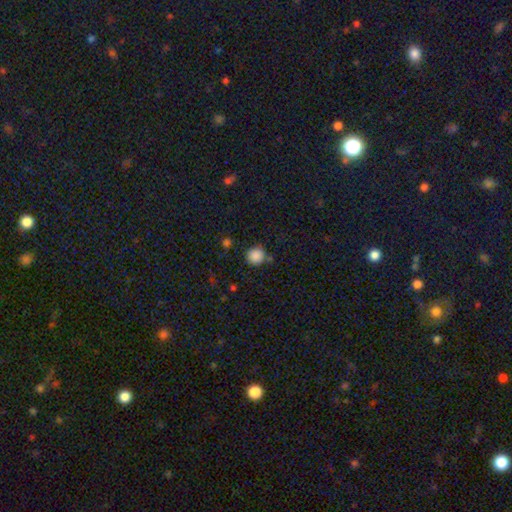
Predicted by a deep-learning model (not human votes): Smooth or featured? smooth (86%)
How rounded? round (91%)
Merging? none (79%)